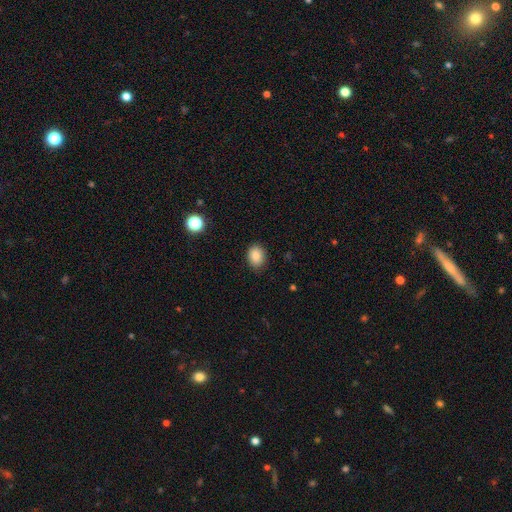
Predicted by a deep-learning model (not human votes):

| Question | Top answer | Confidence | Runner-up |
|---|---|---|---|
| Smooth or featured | smooth | 87% | star or artifact (9%) |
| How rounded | in between | 65% | round (34%) |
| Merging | none | 87% | minor disturbance (10%) |